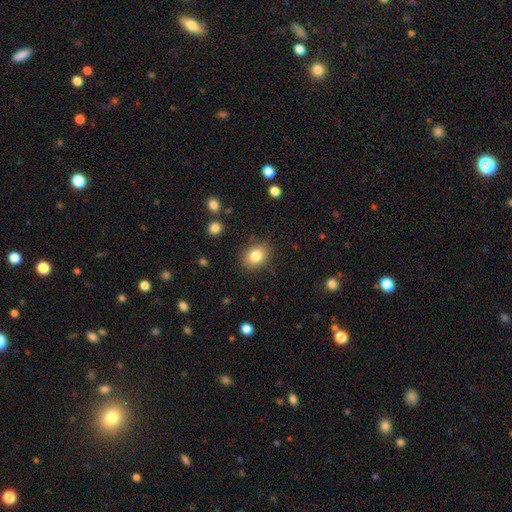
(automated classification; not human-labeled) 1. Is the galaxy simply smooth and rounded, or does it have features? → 82% smooth, 9% star or artifact, 8% featured or disk.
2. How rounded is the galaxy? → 58% in between, 42% round, 1% cigar-shaped.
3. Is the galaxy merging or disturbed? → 85% none, 11% minor disturbance, 3% major disturbance, 2% merger.